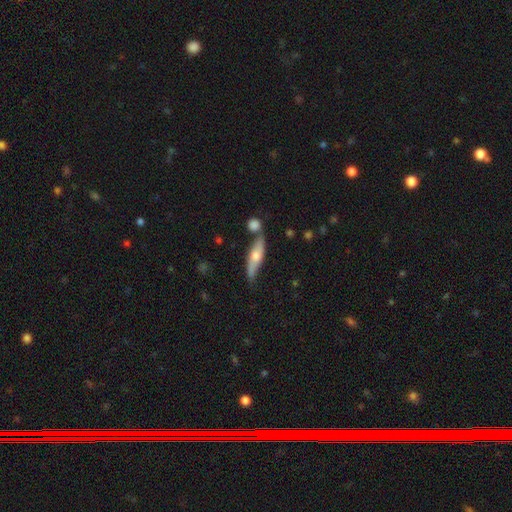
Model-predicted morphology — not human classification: Q: Smooth or featured?
A: featured or disk (50%); runner-up: smooth (45%)
Q: Merging?
A: none (61%); runner-up: minor disturbance (20%)